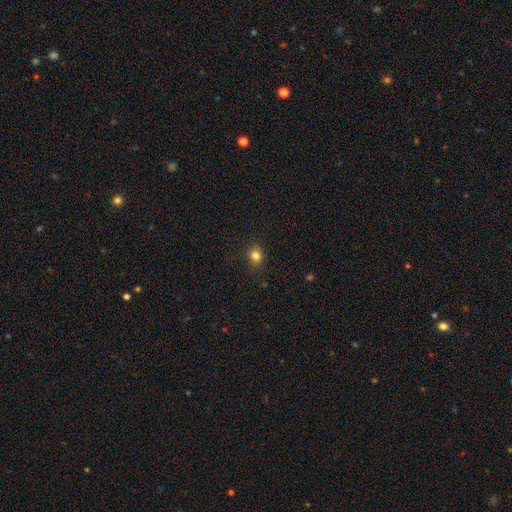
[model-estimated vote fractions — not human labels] Smooth or featured?
  - smooth: 81% *
  - star or artifact: 14%
  - featured or disk: 5%
How rounded?
  - round: 80% *
  - in between: 19%
  - cigar-shaped: 1%
Merging?
  - none: 85% *
  - minor disturbance: 11%
  - major disturbance: 3%
  - merger: 1%